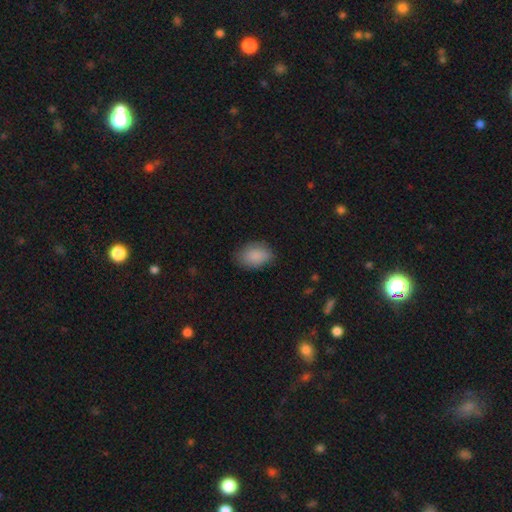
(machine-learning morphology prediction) smooth-or-featured: smooth: 87% | star or artifact: 7% | featured or disk: 5%
  how-rounded: in between: 83% | round: 15% | cigar-shaped: 1%
  merging: none: 78% | minor disturbance: 17% | major disturbance: 4% | merger: 1%